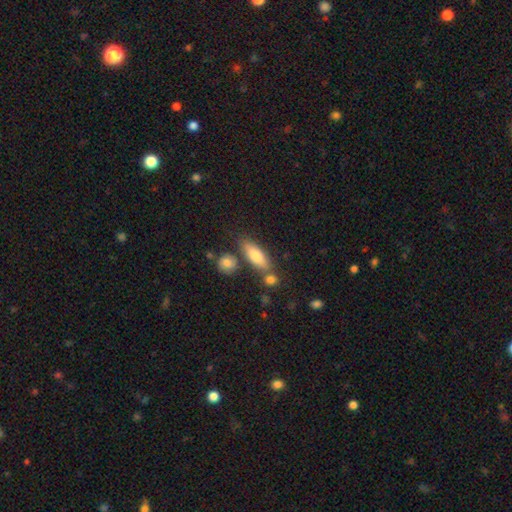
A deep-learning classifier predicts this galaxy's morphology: Q: Smooth or featured?
A: smooth (75%); runner-up: featured or disk (18%)
Q: How rounded?
A: in between (61%); runner-up: cigar-shaped (35%)
Q: Merging?
A: none (69%); runner-up: minor disturbance (14%)